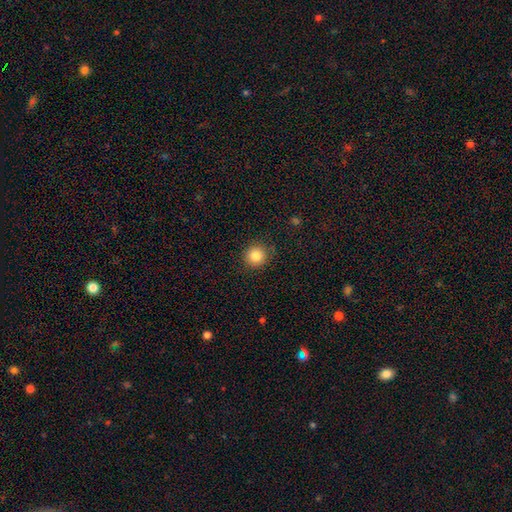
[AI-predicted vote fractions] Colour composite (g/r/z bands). It shows a smooth galaxy with no disk features (84%) that is round (93%). Merging: none (89%).